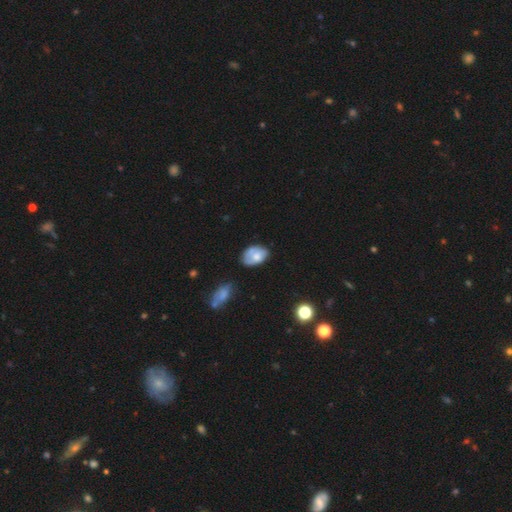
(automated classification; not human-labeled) smooth_or_featured: smooth (p=0.67) [alt: featured or disk p=0.25]
how_rounded: in between (p=0.85) [alt: round p=0.13]
merging: none (p=0.52) [alt: minor disturbance p=0.34]